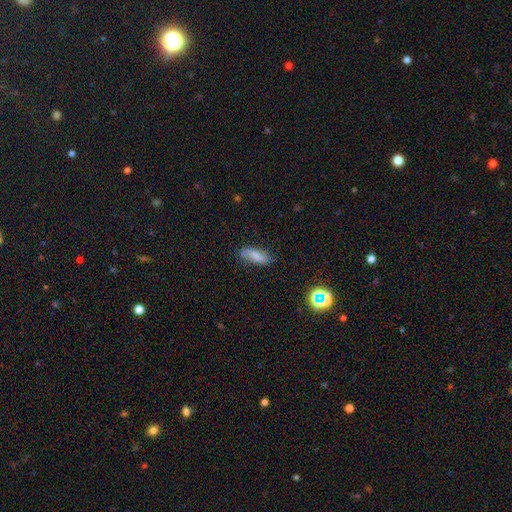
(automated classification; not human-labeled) Overall: smooth (77%). How rounded: in between (67%; cigar-shaped 30%). Merging: none (68%).